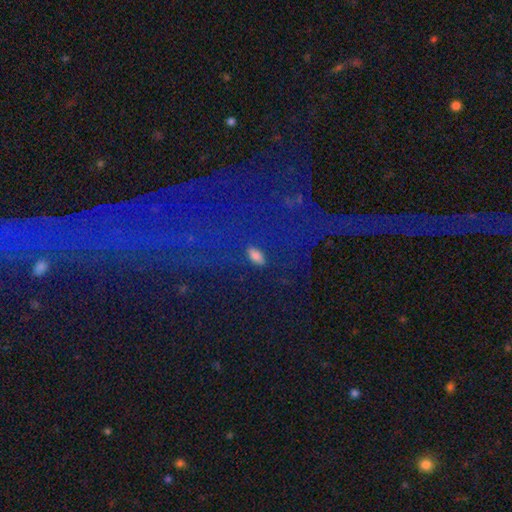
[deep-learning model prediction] A smooth galaxy with no disk features (69%) that is in between round and cigar-shaped (85%). Merging: none (81%).